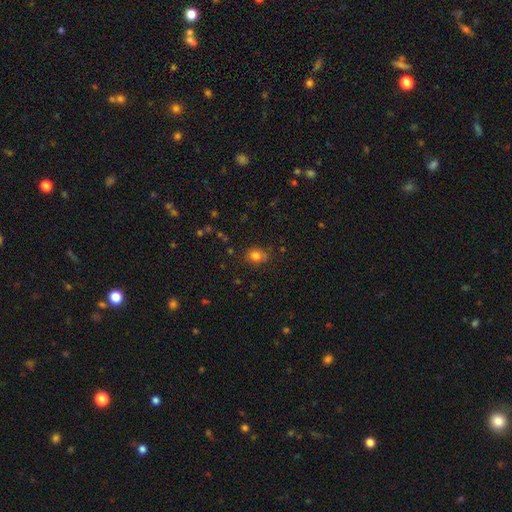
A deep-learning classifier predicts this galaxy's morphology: smooth_or_featured: smooth (p=0.80) [alt: star or artifact p=0.13]
how_rounded: round (p=0.58) [alt: in between p=0.41]
merging: none (p=0.74) [alt: minor disturbance p=0.19]